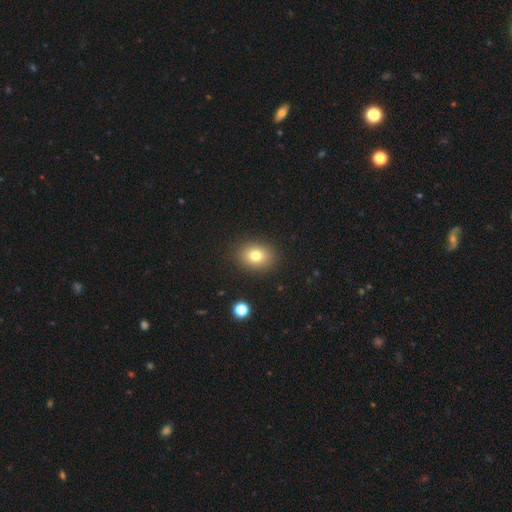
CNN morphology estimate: Smooth or featured: smooth — 78% (star or artifact — 12%)
How rounded: in between — 53% (round — 46%)
Merging: none — 89% (minor disturbance — 7%)